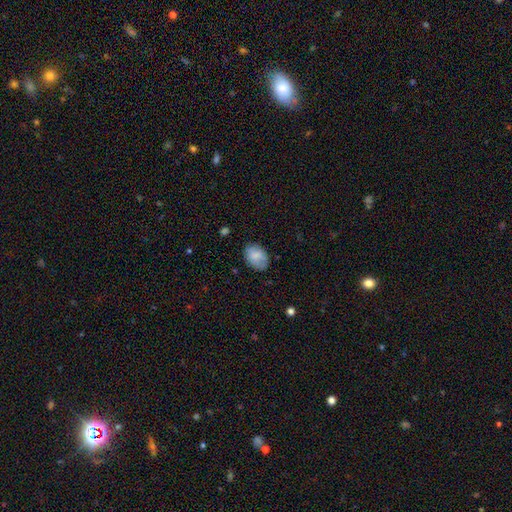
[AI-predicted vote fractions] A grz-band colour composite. It shows a smooth galaxy with no disk features (81%) that is in between round and cigar-shaped (81%). Merging: none (73%).